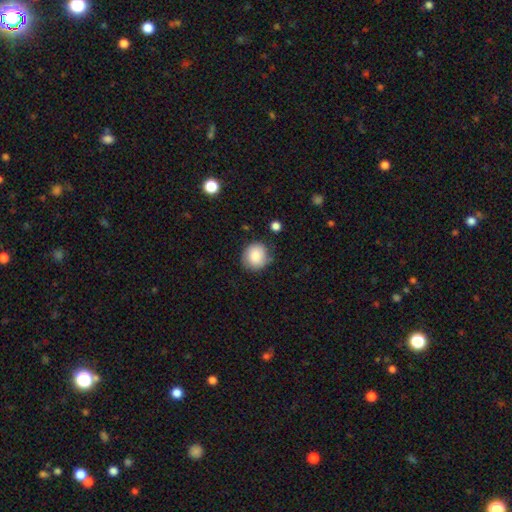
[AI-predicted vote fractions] A smooth galaxy with no disk features (83%) that is round (85%).

Vote fractions:
- Smooth or featured? smooth: 83% / featured or disk: 9% / star or artifact: 8%
- How rounded? round: 85% / in between: 14% / cigar-shaped: 1%
- Merging? none: 74% / minor disturbance: 19% / major disturbance: 4% / merger: 2%